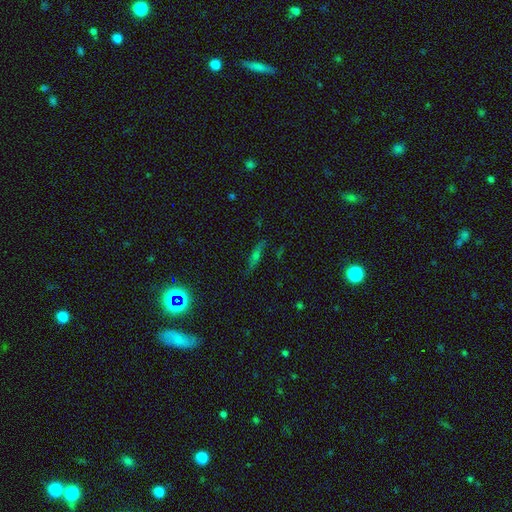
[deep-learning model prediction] This appears to be a featured or disk galaxy (45%). Merging: none (80%).